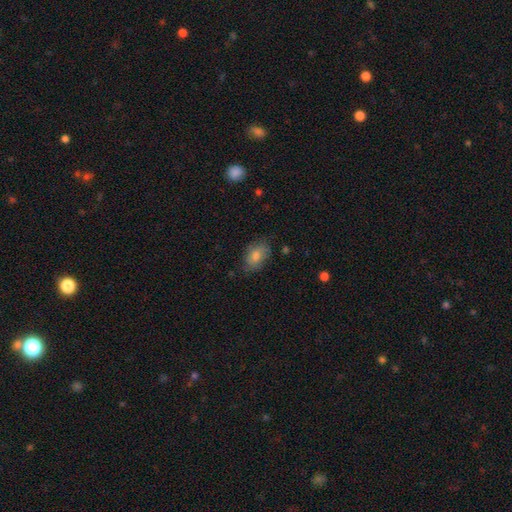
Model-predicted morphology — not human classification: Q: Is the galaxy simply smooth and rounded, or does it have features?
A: smooth — 73%.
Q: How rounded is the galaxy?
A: in between — 86%.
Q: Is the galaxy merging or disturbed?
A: none — 76%.